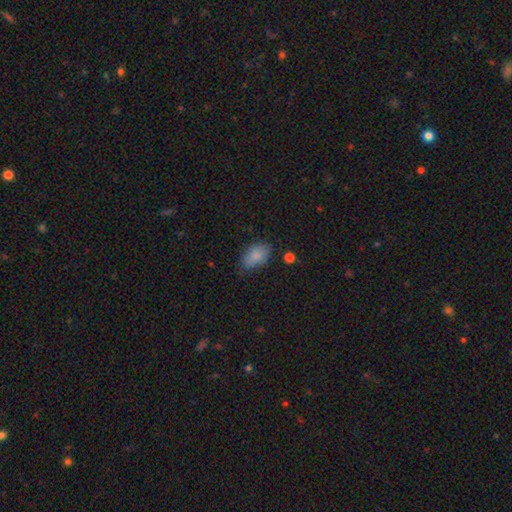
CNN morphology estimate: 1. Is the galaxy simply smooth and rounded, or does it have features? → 85% smooth, 8% star or artifact, 7% featured or disk.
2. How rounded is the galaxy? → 91% in between, 6% round, 2% cigar-shaped.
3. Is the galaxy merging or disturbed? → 72% none, 21% minor disturbance, 5% major disturbance, 2% merger.